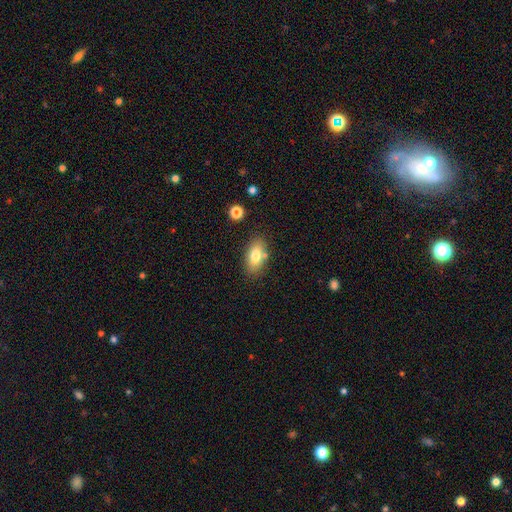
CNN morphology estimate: Smooth or featured?
  - smooth: 79% *
  - featured or disk: 13%
  - star or artifact: 8%
How rounded?
  - in between: 90% *
  - round: 6%
  - cigar-shaped: 5%
Merging?
  - none: 77% *
  - minor disturbance: 13%
  - merger: 7%
  - major disturbance: 3%